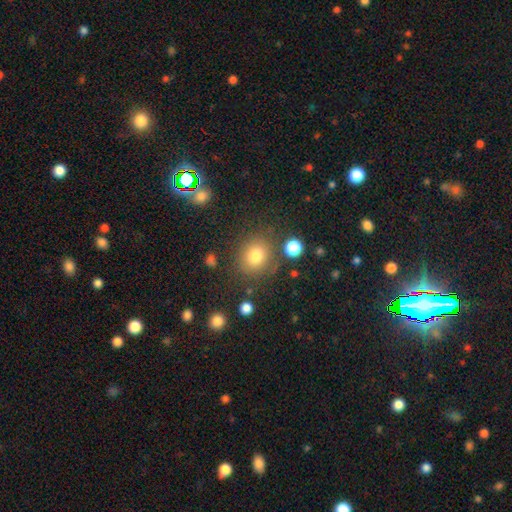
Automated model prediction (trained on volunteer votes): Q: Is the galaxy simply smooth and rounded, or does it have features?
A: smooth — 77%.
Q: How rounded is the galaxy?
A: round — 78%.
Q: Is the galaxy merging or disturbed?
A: none — 79%.